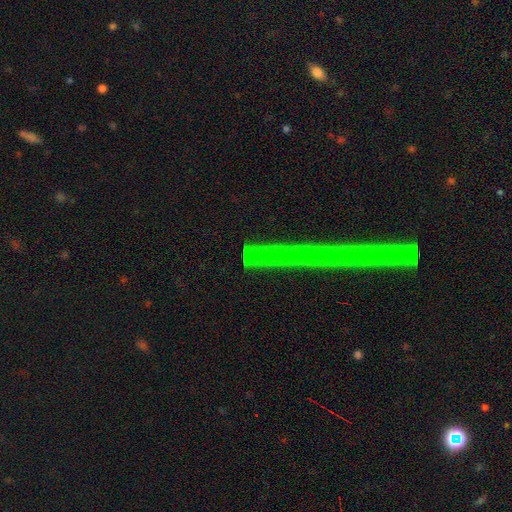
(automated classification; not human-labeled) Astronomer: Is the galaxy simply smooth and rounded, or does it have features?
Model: star or artifact — 71%.